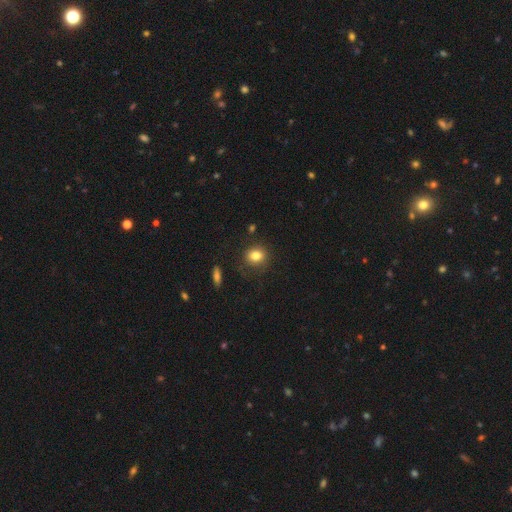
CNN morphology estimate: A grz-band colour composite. It shows a smooth galaxy with no disk features (82%) that is round (62%). Merging: none (81%).